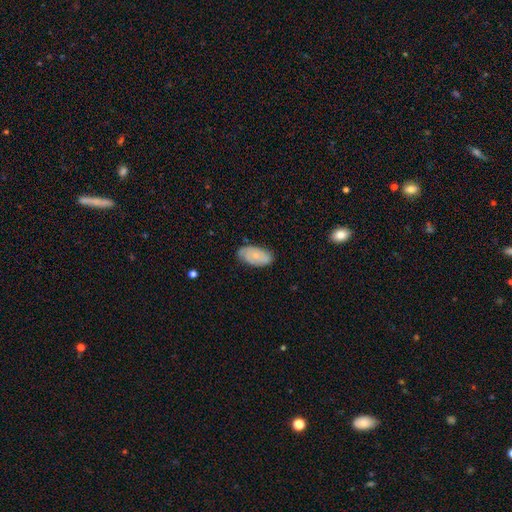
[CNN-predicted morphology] The model was most divided on "smooth or featured": smooth: 57%, featured or disk: 36%, star or artifact: 7%. More confident: how rounded — in between (93%); merging — none (74%).